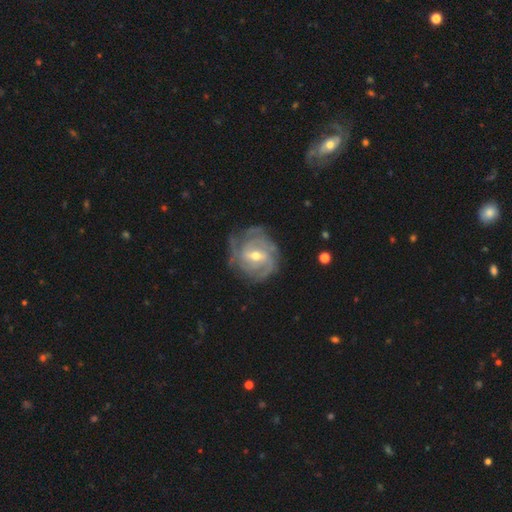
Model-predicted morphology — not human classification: A featured or disk galaxy (88%) with a weak bar (54%), tight (60%) spiral arms (95%) and a moderate central bulge (59%).

Vote fractions:
- Smooth or featured? featured or disk: 88% / smooth: 7% / star or artifact: 5%
- Edge-on disk? no: 97% / yes: 3%
- Bar? weak: 54% / strong: 26% / no: 20%
- Spiral arms? yes: 95% / no: 5%
- Spiral winding? tight: 60% / medium: 32% / loose: 8%
- Spiral arm count? can't tell: 28% / 3: 26% / 2: 22% / 4: 14% / more than 4: 5% / 1: 5%
- Bulge size? moderate: 59% / small: 37% / large: 2% / none: 1% / dominant: 1%
- Merging? none: 71% / minor disturbance: 20% / major disturbance: 8% / merger: 1%